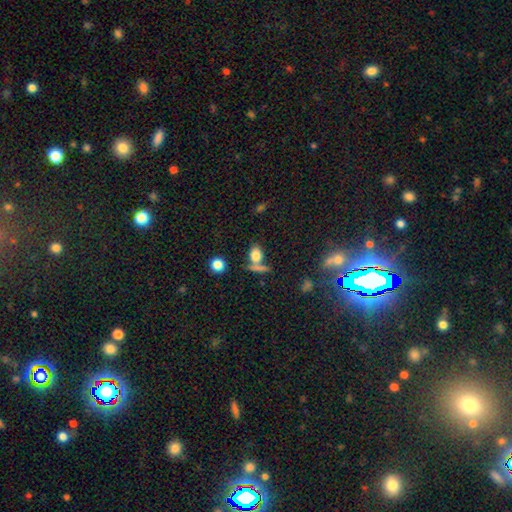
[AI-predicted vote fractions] Smooth or featured: smooth — 78% (star or artifact — 11%)
How rounded: in between — 65% (round — 27%)
Merging: none — 56% (merger — 25%)